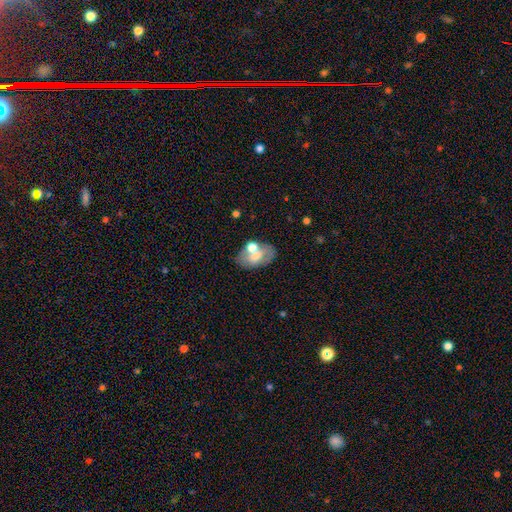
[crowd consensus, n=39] smooth_or_featured: smooth (p=0.51) [alt: featured or disk p=0.49]
how_rounded: in between (p=0.90) [alt: round p=0.10]
merging: none (p=0.49) [alt: merger p=0.28]